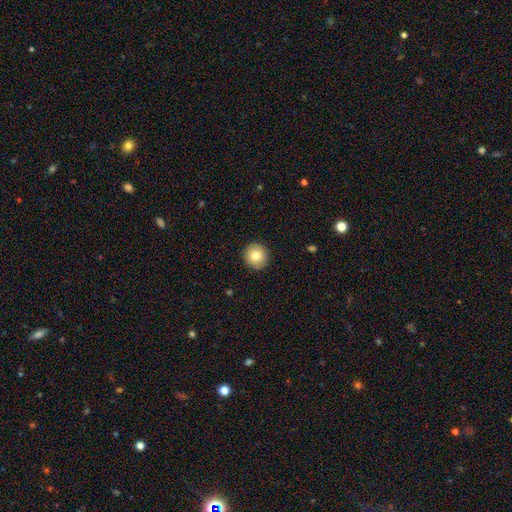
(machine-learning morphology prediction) Smooth or featured?
  - smooth: 82% *
  - featured or disk: 9%
  - star or artifact: 9%
How rounded?
  - round: 91% *
  - in between: 8%
  - cigar-shaped: 1%
Merging?
  - none: 92% *
  - minor disturbance: 6%
  - major disturbance: 2%
  - merger: 1%